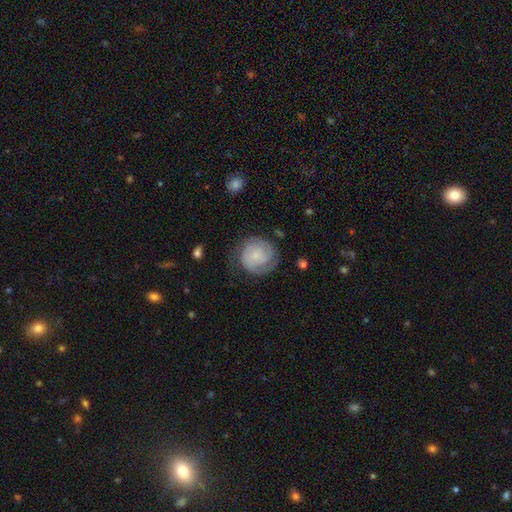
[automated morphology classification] This is likely a featured or disk galaxy (62%). It is clearly not viewed edge-on (98%). Bar: likely no (74%). Spiral arm pattern: clearly yes (92%). Spiral arm count: possibly 2 (48%). Spiral winding: likely tight (65%). Central bulge: likely small (63%). Merging: likely none (71%).